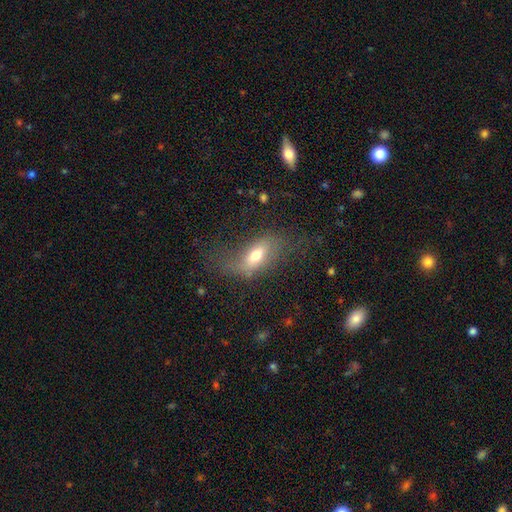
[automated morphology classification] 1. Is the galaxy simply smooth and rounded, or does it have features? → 58% smooth, 32% featured or disk, 10% star or artifact.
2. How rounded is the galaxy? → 78% in between, 15% cigar-shaped, 7% round.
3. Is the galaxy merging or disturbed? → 47% none, 26% major disturbance, 24% minor disturbance, 3% merger.